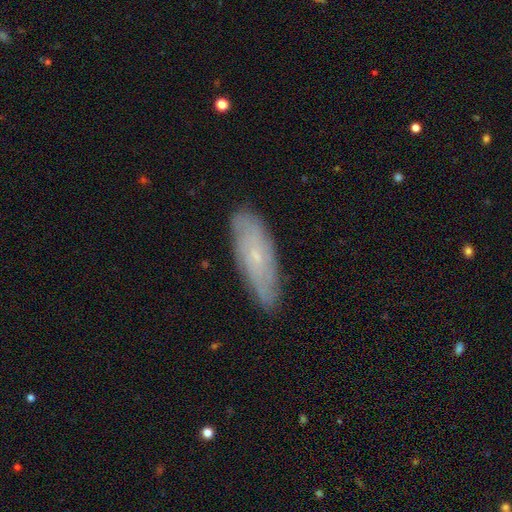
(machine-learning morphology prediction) featured or disk 56%, smooth 37%, star or artifact 8%. Down the decision tree: edge-on disk — no (76%); merging — none (82%).